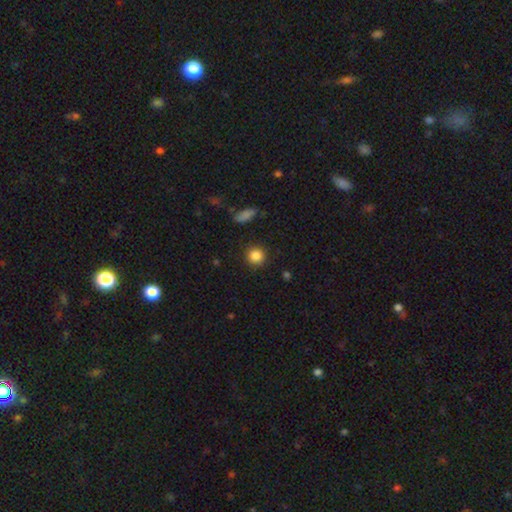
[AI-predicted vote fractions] Smooth or featured?
  - smooth: 86% *
  - star or artifact: 10%
  - featured or disk: 4%
How rounded?
  - round: 92% *
  - in between: 7%
  - cigar-shaped: 1%
Merging?
  - none: 90% *
  - minor disturbance: 7%
  - major disturbance: 2%
  - merger: 1%